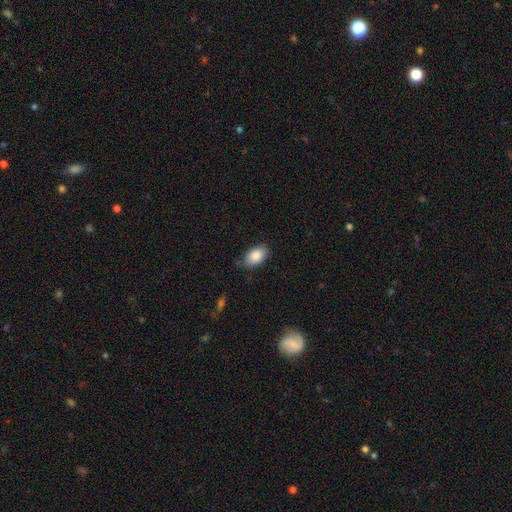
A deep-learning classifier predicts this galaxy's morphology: A smooth galaxy with no disk features (87%) that is in between round and cigar-shaped (92%).

Vote fractions:
- Smooth or featured? smooth: 87% / star or artifact: 7% / featured or disk: 6%
- How rounded? in between: 92% / round: 6% / cigar-shaped: 2%
- Merging? none: 76% / minor disturbance: 19% / major disturbance: 3% / merger: 1%